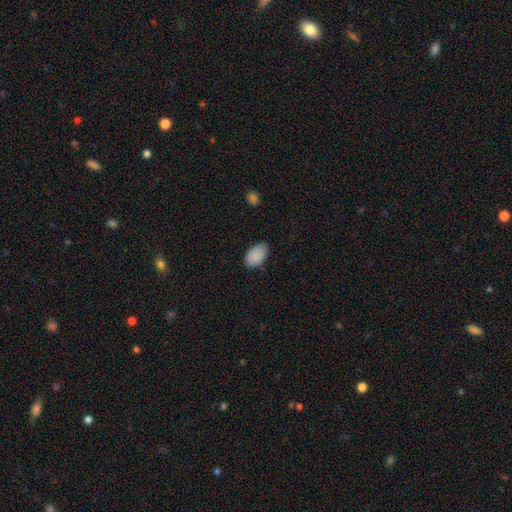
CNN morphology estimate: A smooth galaxy with no disk features (88%) that is in between round and cigar-shaped (92%).

Vote fractions:
- Smooth or featured? smooth: 88% / star or artifact: 7% / featured or disk: 6%
- How rounded? in between: 92% / round: 6% / cigar-shaped: 1%
- Merging? none: 76% / minor disturbance: 20% / major disturbance: 3% / merger: 1%